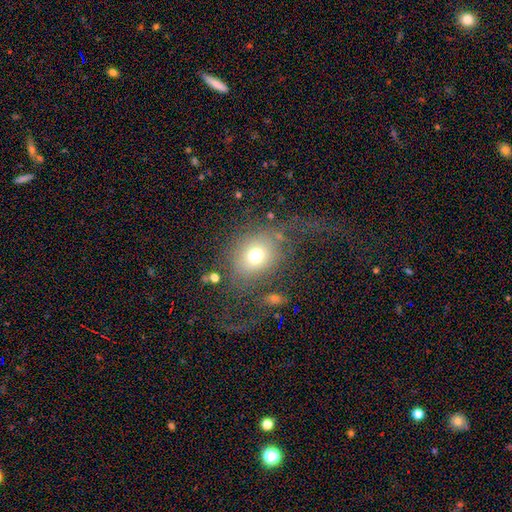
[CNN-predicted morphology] This is likely a smooth galaxy (68%). How rounded: likely round (67%). Merging: possibly none (55%).